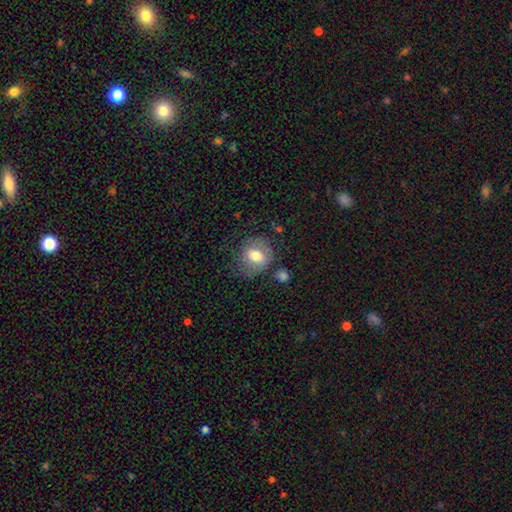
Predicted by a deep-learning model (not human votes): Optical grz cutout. It shows a smooth galaxy with no disk features (61%) that is round (64%). Merging: none (50%).